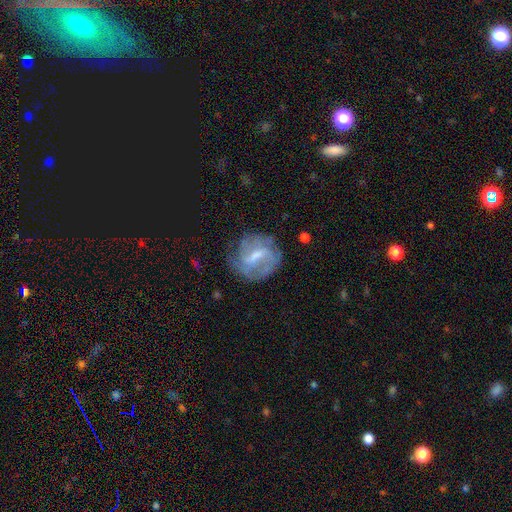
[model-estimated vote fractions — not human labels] Smooth or featured?
  - featured or disk: 68% *
  - smooth: 24%
  - star or artifact: 9%
Edge-on disk?
  - no: 96% *
  - yes: 4%
Bar?
  - weak: 49% *
  - strong: 37%
  - no: 15%
Spiral arms?
  - yes: 75% *
  - no: 25%
Bulge size?
  - moderate: 42% *
  - small: 36%
  - none: 16%
  - large: 5%
  - dominant: 1%
Merging?
  - none: 66% *
  - minor disturbance: 20%
  - major disturbance: 12%
  - merger: 2%